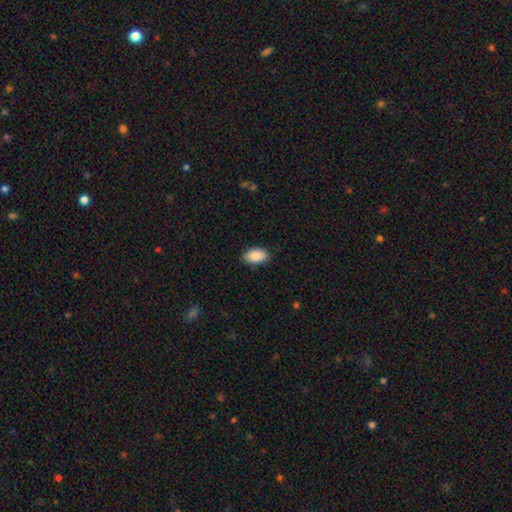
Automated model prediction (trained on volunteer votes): A smooth galaxy with no disk features (90%) that is in between round and cigar-shaped (94%).

Vote fractions:
- Smooth or featured? smooth: 90% / star or artifact: 6% / featured or disk: 4%
- How rounded? in between: 94% / round: 4% / cigar-shaped: 2%
- Merging? none: 86% / minor disturbance: 11% / major disturbance: 2% / merger: 1%